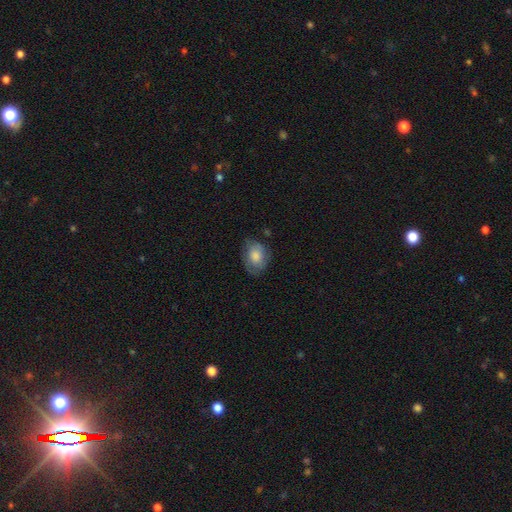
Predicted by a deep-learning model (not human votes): Q: Smooth or featured?
A: smooth (74%); runner-up: featured or disk (19%)
Q: How rounded?
A: in between (73%); runner-up: round (26%)
Q: Merging?
A: none (63%); runner-up: minor disturbance (27%)